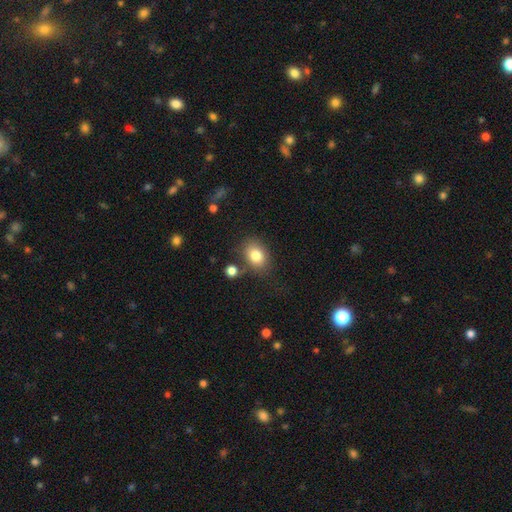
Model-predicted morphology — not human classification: A smooth galaxy with no disk features (81%) that is in between round and cigar-shaped (66%).

Vote fractions:
- Smooth or featured? smooth: 81% / star or artifact: 10% / featured or disk: 10%
- How rounded? in between: 66% / round: 33% / cigar-shaped: 1%
- Merging? none: 73% / minor disturbance: 15% / merger: 7% / major disturbance: 5%